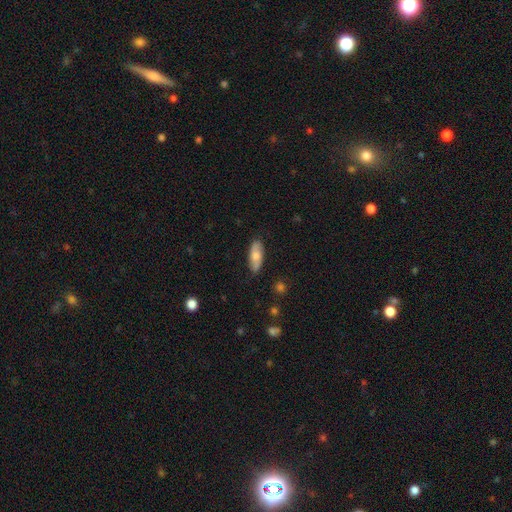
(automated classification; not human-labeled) This is likely a smooth galaxy (61%). How rounded: likely in between (72%). Merging: clearly none (85%).